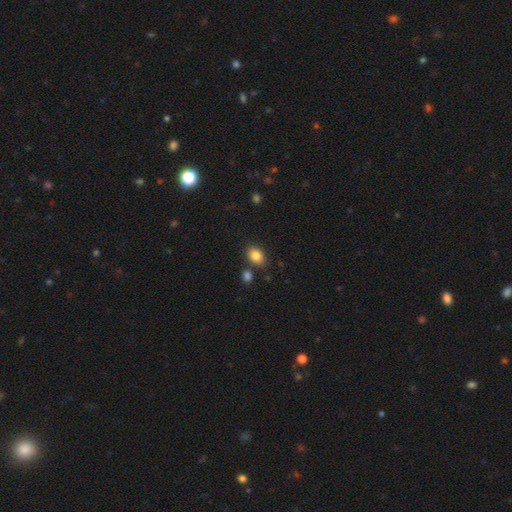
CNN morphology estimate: Overall: smooth (85%). How rounded: in between (72%). Merging: none (79%).